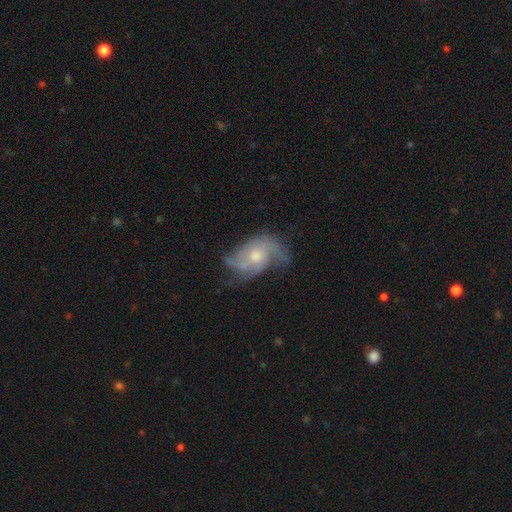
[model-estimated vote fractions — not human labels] Morphology: type=featured or disk (79%); edge-on=no (97%); bar=no (75%); spiral arms=yes (91%); winding=medium (41%); arm count=2 (35%); bulge=moderate (54%); merging=none (49%).